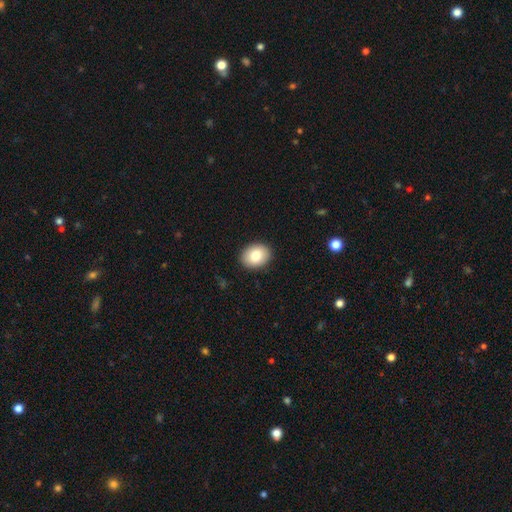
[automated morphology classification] Smooth or featured? smooth (81%)
How rounded? in between (61%)
Merging? none (91%)